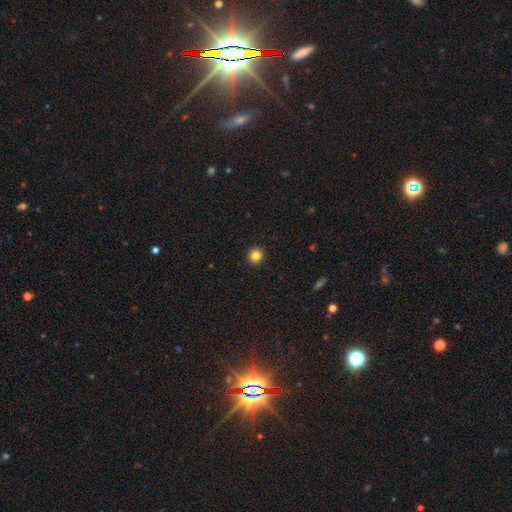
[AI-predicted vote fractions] Q: Smooth or featured?
A: smooth (84%); runner-up: star or artifact (11%)
Q: How rounded?
A: round (94%); runner-up: in between (5%)
Q: Merging?
A: none (94%); runner-up: minor disturbance (4%)